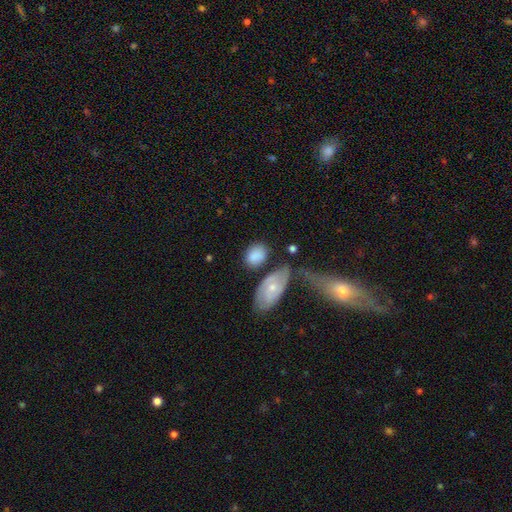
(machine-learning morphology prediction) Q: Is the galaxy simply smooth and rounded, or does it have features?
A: smooth — 82%.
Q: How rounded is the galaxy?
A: in between — 67%.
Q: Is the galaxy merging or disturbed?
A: none — 58%.